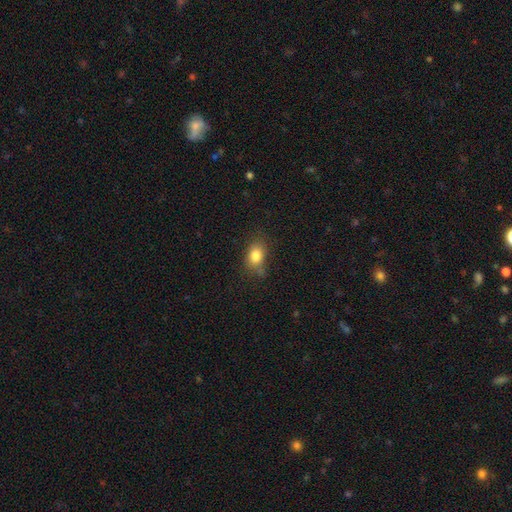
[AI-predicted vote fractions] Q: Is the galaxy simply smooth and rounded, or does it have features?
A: smooth — 82%.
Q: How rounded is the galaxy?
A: in between — 73%.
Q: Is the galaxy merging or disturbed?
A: none — 68%.